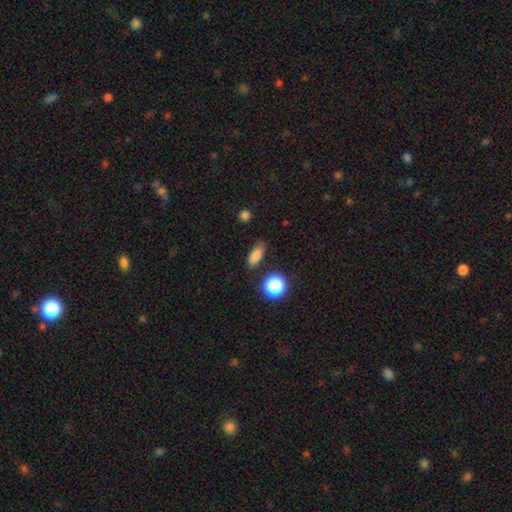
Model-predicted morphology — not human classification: smooth-or-featured: smooth: 81% | star or artifact: 13% | featured or disk: 6%
  how-rounded: in between: 74% | cigar-shaped: 15% | round: 11%
  merging: none: 79% | minor disturbance: 15% | major disturbance: 4% | merger: 2%